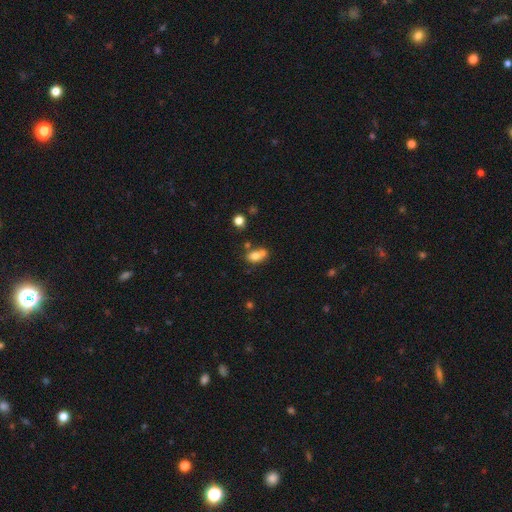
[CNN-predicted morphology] This is likely a smooth galaxy (73%). How rounded: likely in between (70%). Merging: marginally merger (44%).